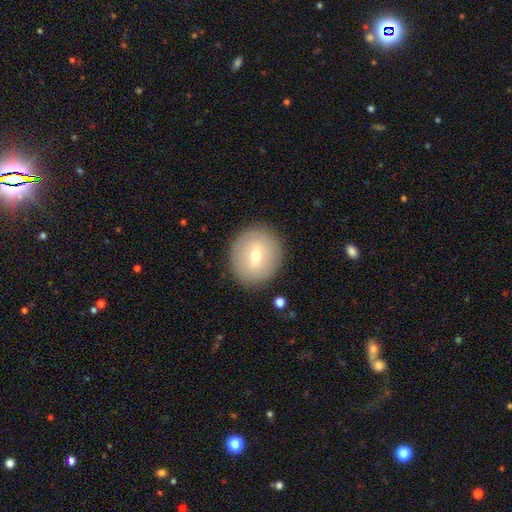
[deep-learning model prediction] The model was most divided on "smooth or featured": smooth: 61%, featured or disk: 31%, star or artifact: 8%. More confident: merging — none (88%); how rounded — round (84%).